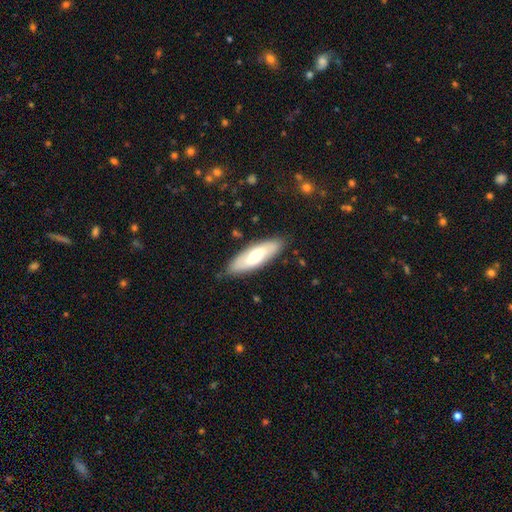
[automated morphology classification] Smooth or featured?
  - smooth: 57% *
  - featured or disk: 38%
  - star or artifact: 5%
How rounded?
  - in between: 63% *
  - cigar-shaped: 35%
  - round: 2%
Merging?
  - none: 85% *
  - minor disturbance: 12%
  - major disturbance: 2%
  - merger: 1%